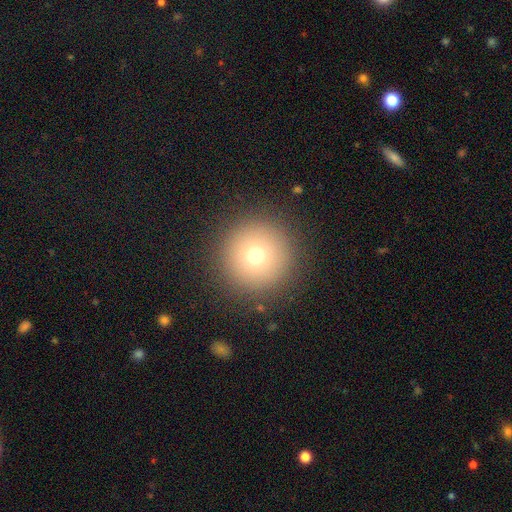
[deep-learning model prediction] Smooth or featured? smooth (71%)
How rounded? round (97%)
Merging? none (90%)